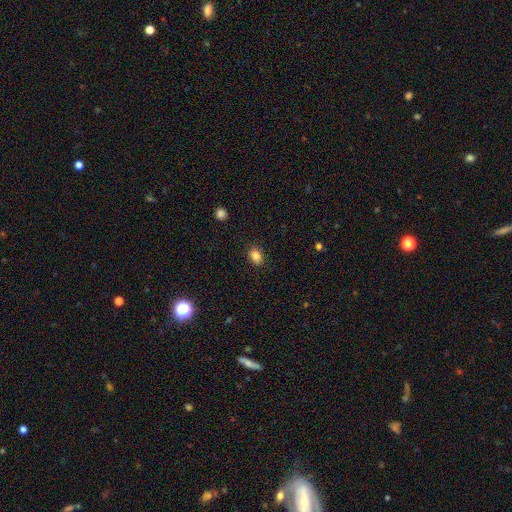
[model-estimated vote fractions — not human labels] The model was most divided on "how rounded": in between: 70%, round: 29%, cigar-shaped: 1%. More confident: merging — none (87%); smooth or featured — smooth (84%).